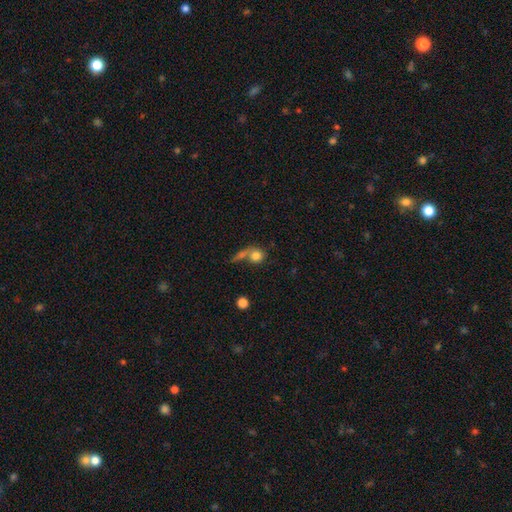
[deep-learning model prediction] Smooth or featured: smooth — 77% (featured or disk — 14%)
How rounded: round — 77% (in between — 21%)
Merging: merger — 40% (none — 38%)